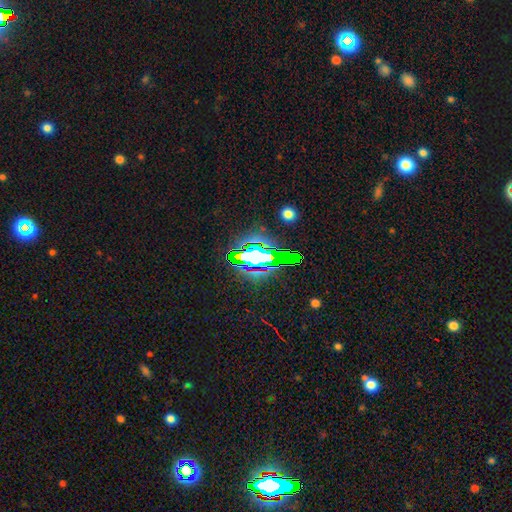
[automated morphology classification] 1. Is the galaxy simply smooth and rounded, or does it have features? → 59% star or artifact, 22% smooth, 19% featured or disk.